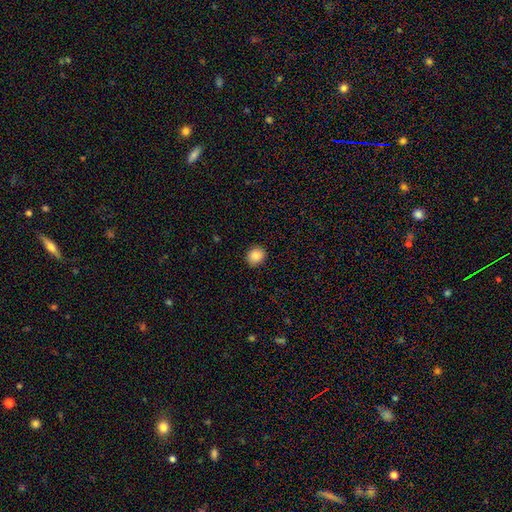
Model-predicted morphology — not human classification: This appears to be a smooth galaxy with no disk features (87%) that is round (83%). Merging: none (91%).